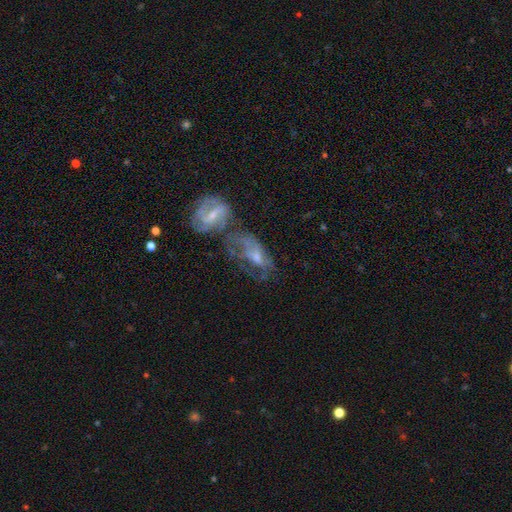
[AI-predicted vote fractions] Morphology: type=featured or disk (66%); edge-on=no (93%); bar=no (49%); spiral arms=yes (62%); bulge=small (45%); merging=merger (47%).